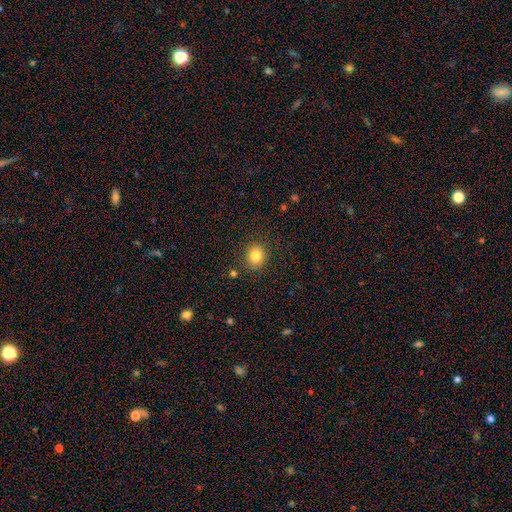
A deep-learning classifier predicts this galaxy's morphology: type=smooth (82%); roundness=round (74%); merging=none (86%).